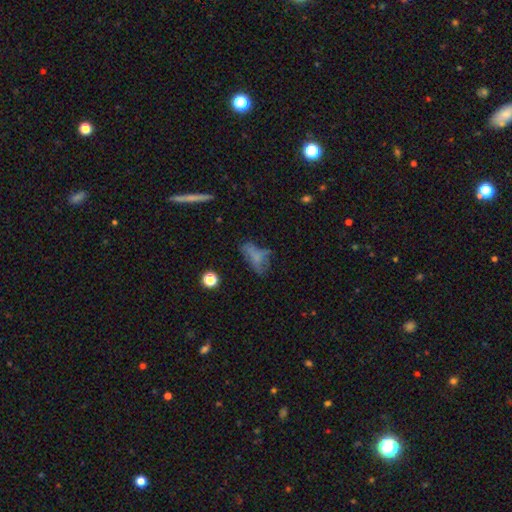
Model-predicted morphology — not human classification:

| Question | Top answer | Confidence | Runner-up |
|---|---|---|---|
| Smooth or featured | smooth | 57% | featured or disk (26%) |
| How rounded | in between | 75% | cigar-shaped (18%) |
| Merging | none | 40% | major disturbance (27%) |